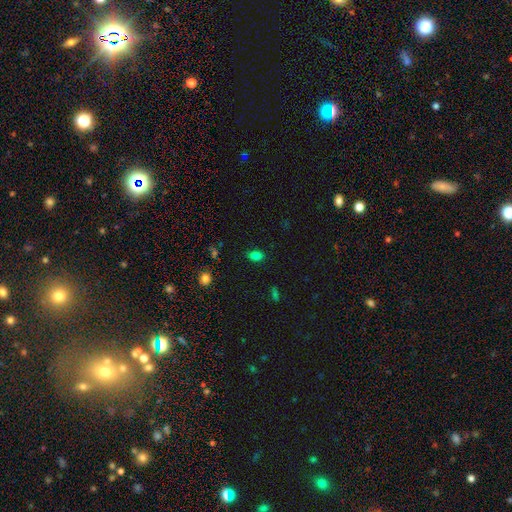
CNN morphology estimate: Overall: smooth (79%). How rounded: in between (78%). Merging: none (84%).